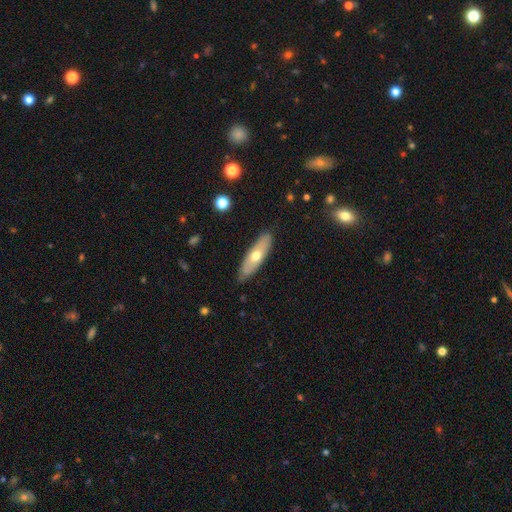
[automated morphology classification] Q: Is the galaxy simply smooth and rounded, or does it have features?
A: smooth — 52%.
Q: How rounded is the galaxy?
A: cigar-shaped — 55%.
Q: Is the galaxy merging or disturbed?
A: none — 85%.